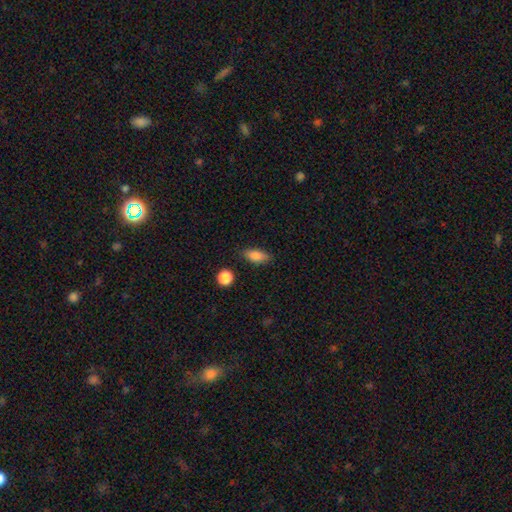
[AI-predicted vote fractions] smooth_or_featured: smooth (p=0.84) [alt: featured or disk p=0.08]
how_rounded: in between (p=0.81) [alt: cigar-shaped p=0.14]
merging: none (p=0.82) [alt: minor disturbance p=0.13]